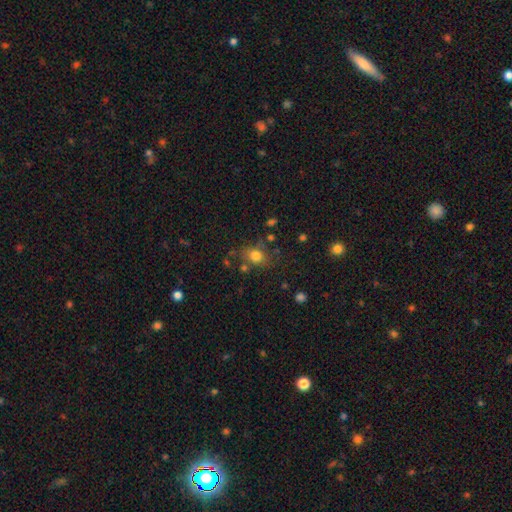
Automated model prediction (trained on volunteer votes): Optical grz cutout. It shows a smooth galaxy with no disk features (78%) that is round (54%). Merging: none (70%).